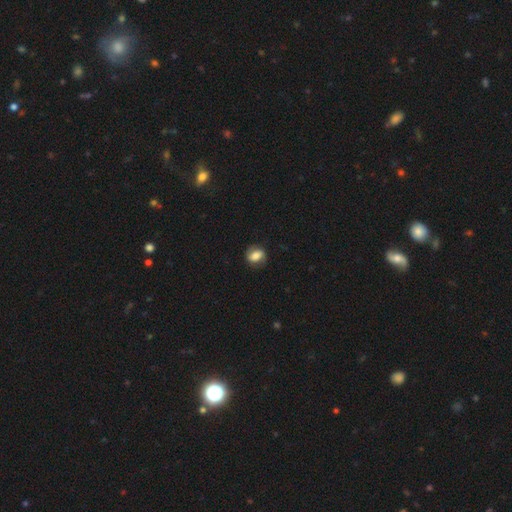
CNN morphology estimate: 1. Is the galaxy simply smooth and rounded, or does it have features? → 72% smooth, 20% featured or disk, 9% star or artifact.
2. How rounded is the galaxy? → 60% in between, 39% round, 2% cigar-shaped.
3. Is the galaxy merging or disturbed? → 79% none, 15% minor disturbance, 5% major disturbance, 1% merger.